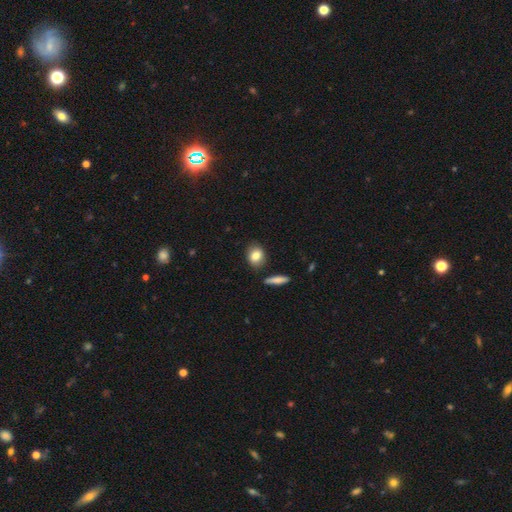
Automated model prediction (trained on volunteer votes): smooth-or-featured: smooth: 83% | featured or disk: 9% | star or artifact: 8%
  how-rounded: in between: 58% | round: 39% | cigar-shaped: 3%
  merging: none: 80% | minor disturbance: 13% | merger: 5% | major disturbance: 3%